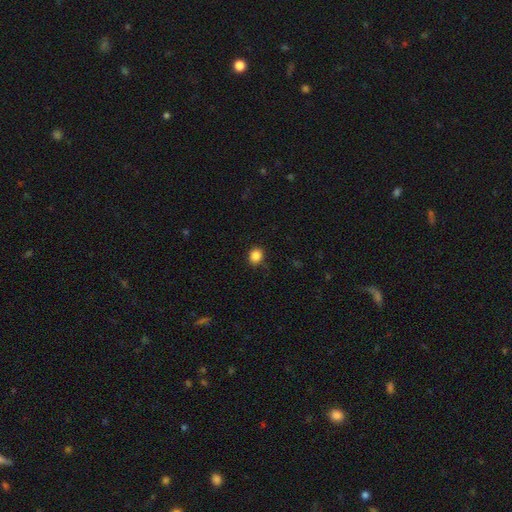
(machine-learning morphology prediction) Smooth or featured? smooth (86%)
How rounded? round (70%)
Merging? none (86%)